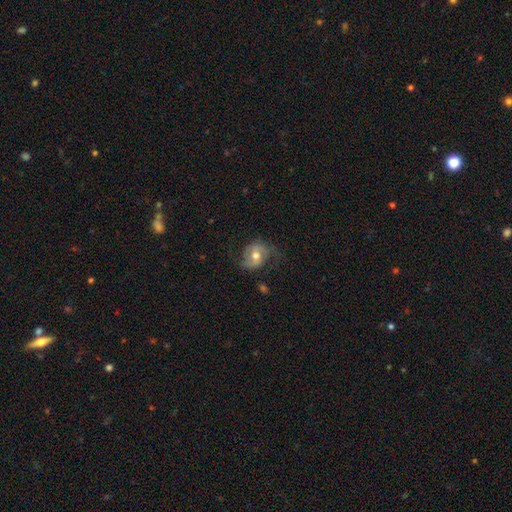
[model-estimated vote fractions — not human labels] smooth-or-featured: featured or disk: 59% | smooth: 34% | star or artifact: 8%
  disk-edge-on: no: 96% | yes: 4%
    bar: no: 46% | weak: 38% | strong: 16%
    has-spiral-arms: yes: 84% | no: 16%
    bulge-size: moderate: 74% | small: 15% | large: 9% | none: 1% | dominant: 1%
  merging: none: 61% | minor disturbance: 23% | major disturbance: 14% | merger: 2%